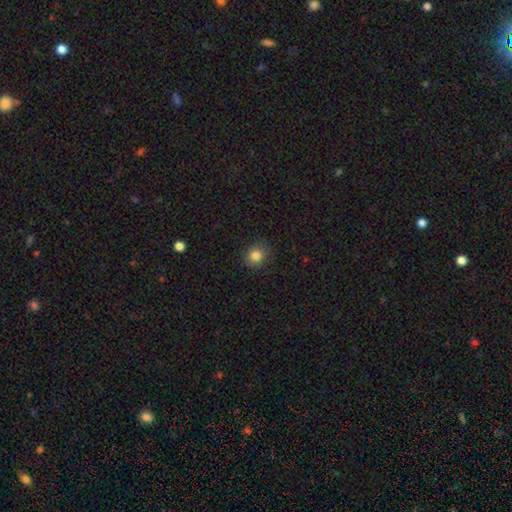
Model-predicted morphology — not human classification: The model was most divided on "how rounded": round: 82%, in between: 18%, cigar-shaped: 1%. More confident: merging — none (88%); smooth or featured — smooth (84%).